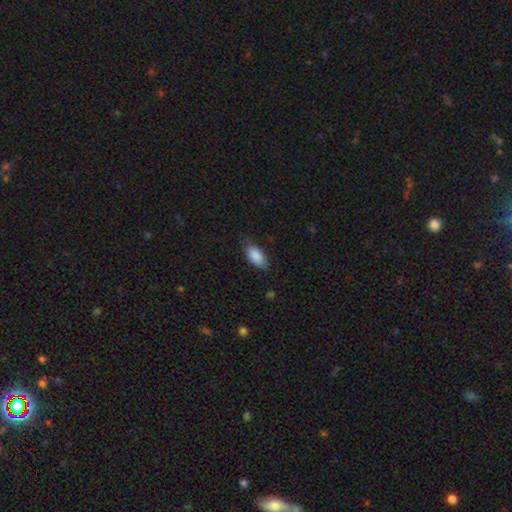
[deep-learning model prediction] Smooth or featured?
  - smooth: 87% *
  - featured or disk: 6%
  - star or artifact: 6%
How rounded?
  - in between: 92% *
  - cigar-shaped: 5%
  - round: 3%
Merging?
  - none: 72% *
  - minor disturbance: 23%
  - major disturbance: 4%
  - merger: 1%